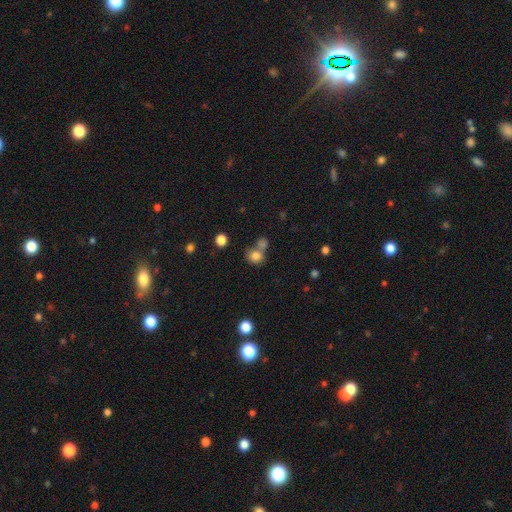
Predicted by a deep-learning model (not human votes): The model was most divided on "merging": none: 49%, merger: 38%, minor disturbance: 9%, major disturbance: 4%. More confident: how rounded — round (81%); smooth or featured — smooth (80%).